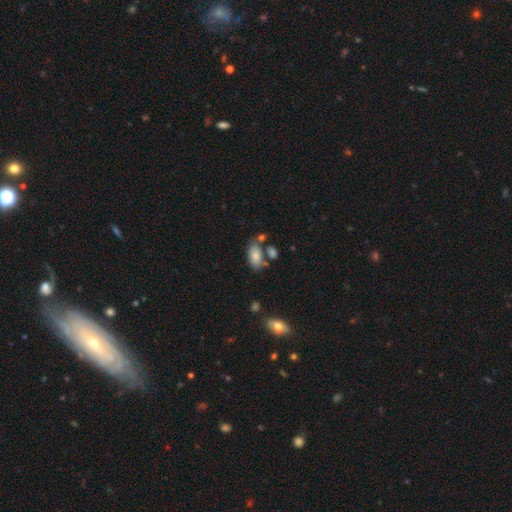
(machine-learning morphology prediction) The model was most divided on "merging": none: 60%, merger: 19%, minor disturbance: 16%, major disturbance: 5%. More confident: how rounded — in between (93%); smooth or featured — smooth (81%).